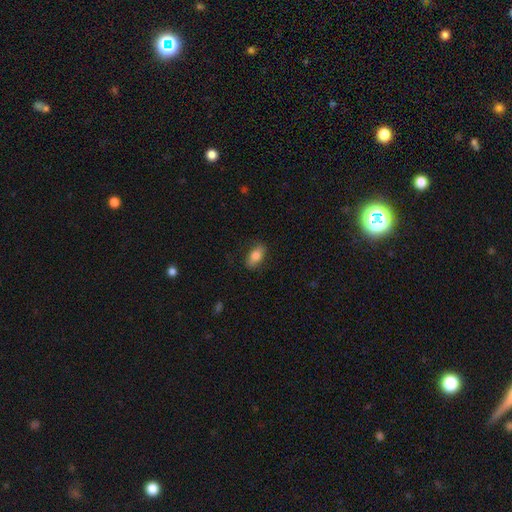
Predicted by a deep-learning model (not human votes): A smooth galaxy with no disk features (80%) that is in between round and cigar-shaped (88%). Merging: none (83%).